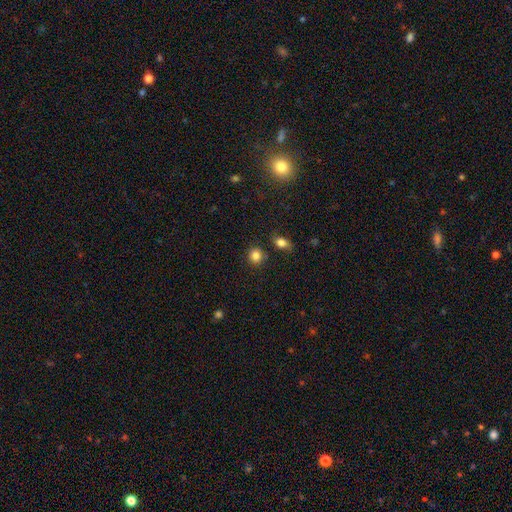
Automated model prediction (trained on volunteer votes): Smooth or featured?
  - smooth: 84% *
  - star or artifact: 11%
  - featured or disk: 5%
How rounded?
  - round: 85% *
  - in between: 14%
  - cigar-shaped: 1%
Merging?
  - none: 82% *
  - minor disturbance: 9%
  - merger: 6%
  - major disturbance: 3%